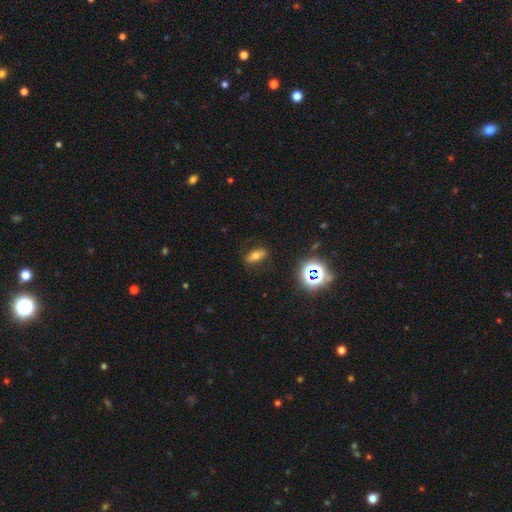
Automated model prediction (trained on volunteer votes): Smooth or featured?
  - smooth: 55% *
  - featured or disk: 27%
  - star or artifact: 19%
How rounded?
  - in between: 68% *
  - cigar-shaped: 23%
  - round: 9%
Merging?
  - none: 83% *
  - minor disturbance: 12%
  - major disturbance: 4%
  - merger: 2%